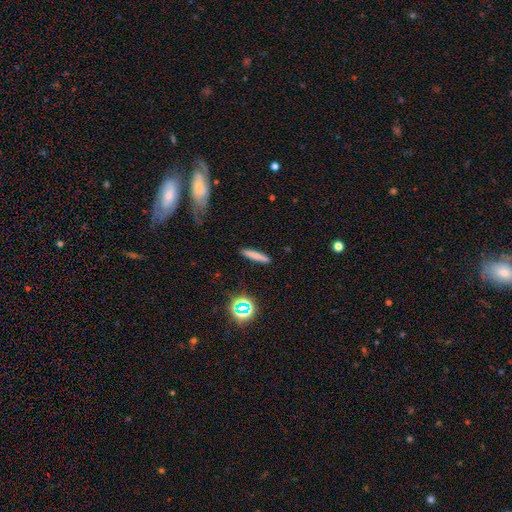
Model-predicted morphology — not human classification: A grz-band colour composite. It shows a smooth galaxy with no disk features (73%) that is cigar-shaped (91%). Merging: none (88%).